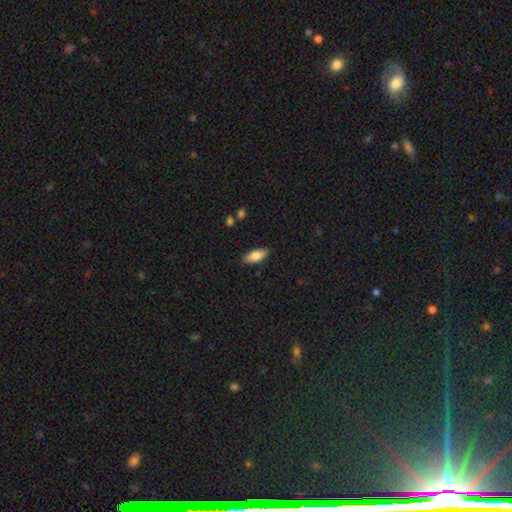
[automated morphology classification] type=smooth (81%); roundness=in between (81%); merging=none (86%).